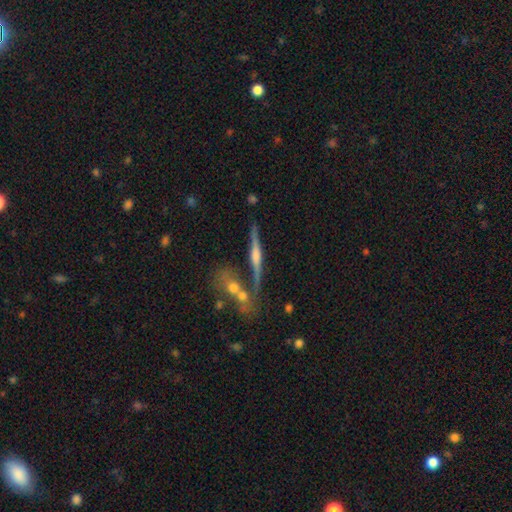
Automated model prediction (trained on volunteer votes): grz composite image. It shows a featured or disk galaxy (80%) viewed edge-on (97%) with a rounded central bulge (86%). Merging: none (72%).